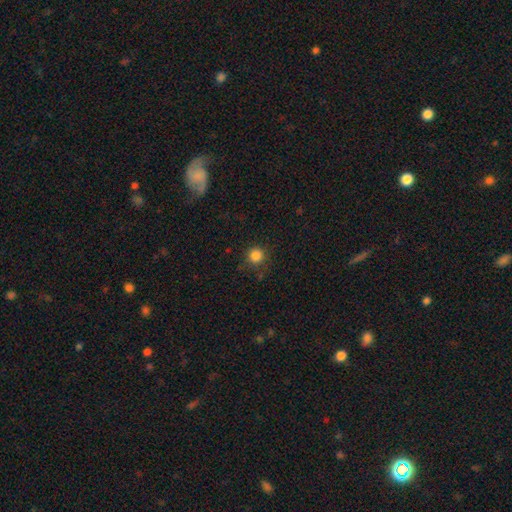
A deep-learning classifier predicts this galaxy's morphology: smooth-or-featured: smooth: 84% | star or artifact: 12% | featured or disk: 4%
  how-rounded: round: 94% | in between: 5% | cigar-shaped: 1%
  merging: none: 85% | minor disturbance: 10% | major disturbance: 3% | merger: 2%